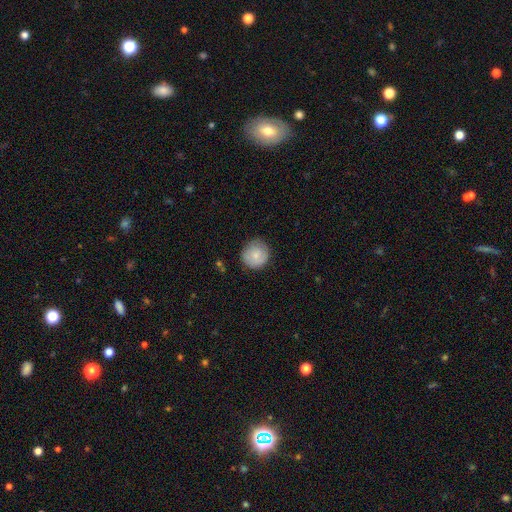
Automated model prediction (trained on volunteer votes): This appears to be a smooth galaxy with no disk features (80%) that is round (93%). Merging: none (80%).